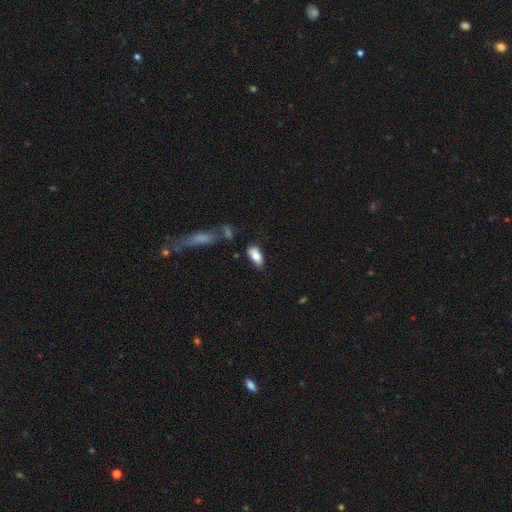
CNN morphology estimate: Smooth or featured: smooth — 82% (featured or disk — 11%)
How rounded: in between — 90% (cigar-shaped — 7%)
Merging: none — 70% (minor disturbance — 20%)